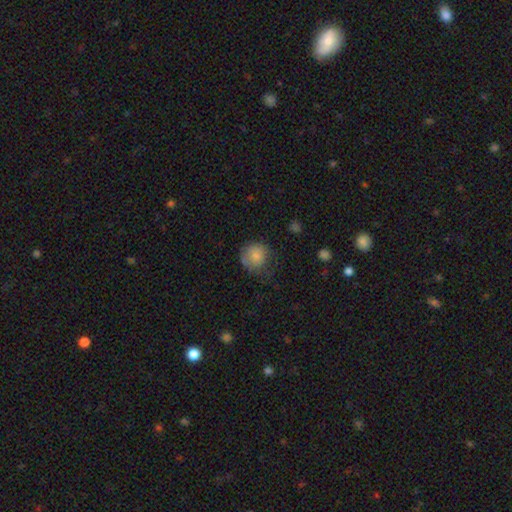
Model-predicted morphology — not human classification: Smooth or featured? smooth (78%)
How rounded? round (86%)
Merging? none (59%)